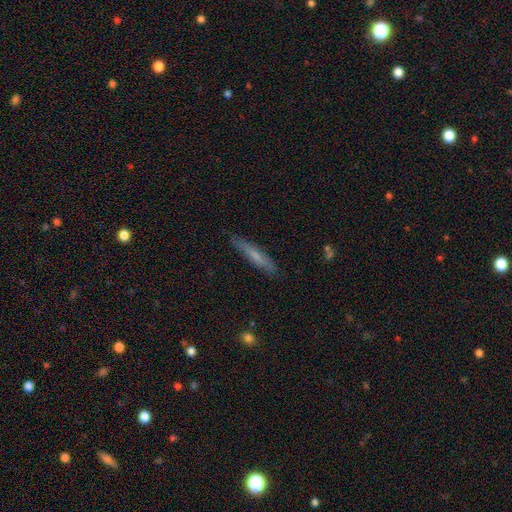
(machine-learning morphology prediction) A smooth galaxy with no disk features (58%) that is cigar-shaped (91%). Merging: none (85%).